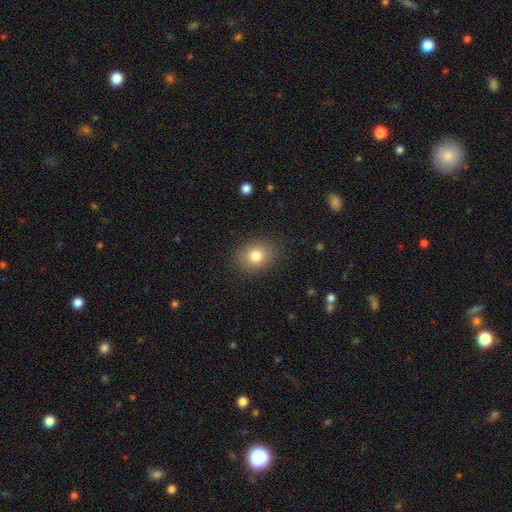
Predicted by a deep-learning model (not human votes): The model was most divided on "how rounded": round: 50%, in between: 49%, cigar-shaped: 1%. More confident: merging — none (87%); smooth or featured — smooth (80%).